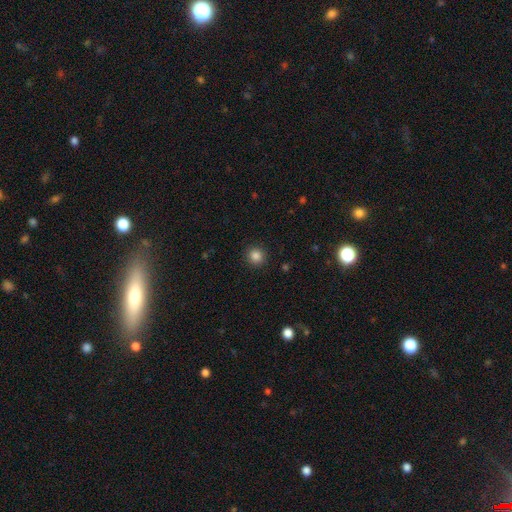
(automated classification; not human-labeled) Overall: smooth (85%). How rounded: round (93%). Merging: none (91%).